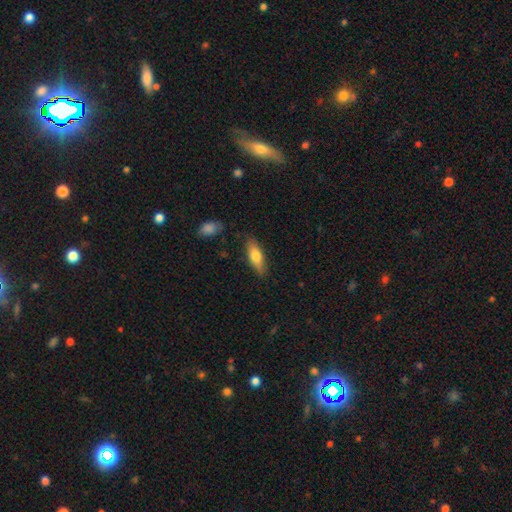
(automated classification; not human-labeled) This appears to be a smooth galaxy with no disk features (69%) that is in between round and cigar-shaped (56%). Merging: none (83%).